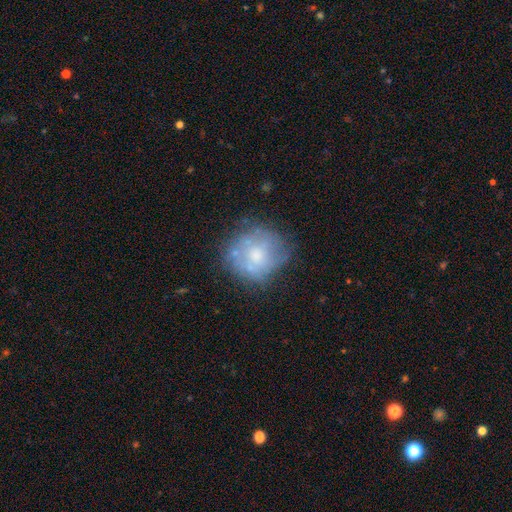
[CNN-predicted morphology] Smooth or featured? featured or disk (46%)
Merging? none (58%)